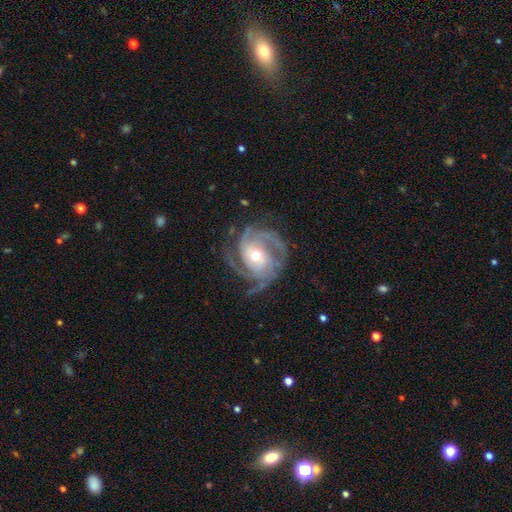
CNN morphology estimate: smooth-or-featured: featured or disk: 91% | star or artifact: 4% | smooth: 4%
  disk-edge-on: no: 98% | yes: 2%
    bar: no: 58% | weak: 31% | strong: 12%
    has-spiral-arms: yes: 98% | no: 2%
      spiral-winding: tight: 56% | medium: 37% | loose: 7%
      spiral-arm-count: 3: 45% | 2: 19% | 4: 13% | can't tell: 11% | more than 4: 5% | 1: 5%
    bulge-size: moderate: 65% | small: 28% | large: 5% | none: 1% | dominant: 1%
  merging: none: 73% | minor disturbance: 17% | major disturbance: 8% | merger: 1%